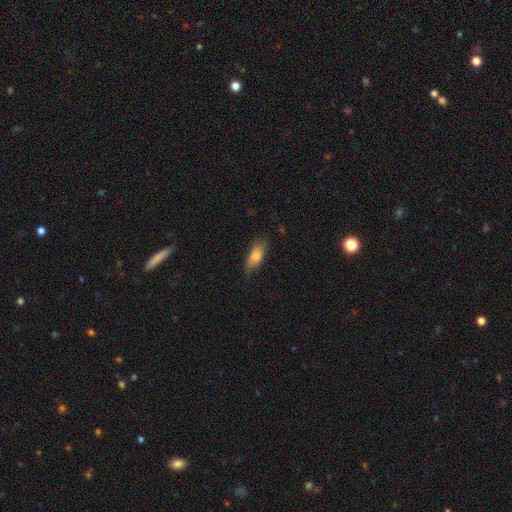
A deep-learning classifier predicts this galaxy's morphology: The model was most divided on "how rounded": in between: 72%, cigar-shaped: 26%, round: 3%. More confident: smooth or featured — smooth (78%); merging — none (73%).